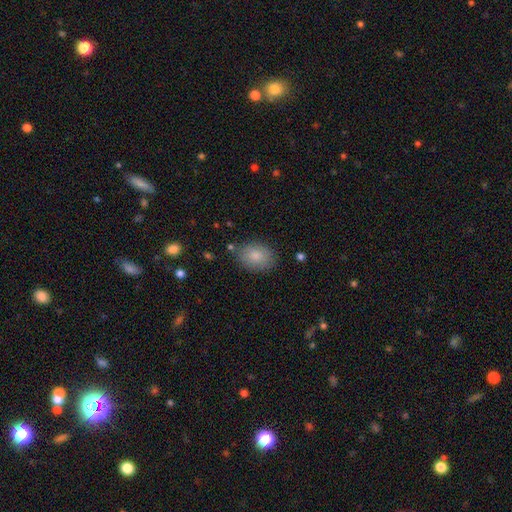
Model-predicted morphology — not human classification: The model was most divided on "how rounded": in between: 77%, round: 22%, cigar-shaped: 1%. More confident: smooth or featured — smooth (83%); merging — none (80%).